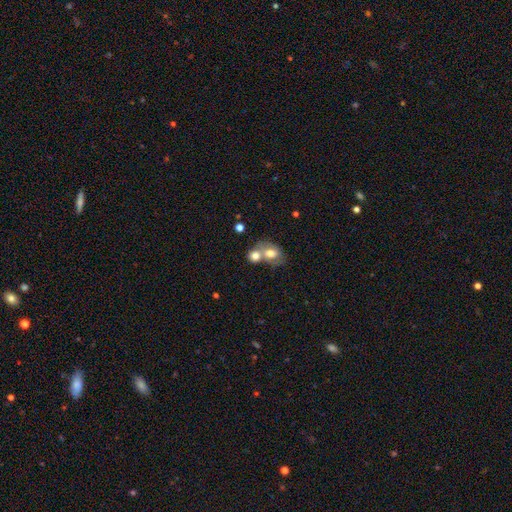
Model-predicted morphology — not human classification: Smooth or featured: smooth — 70% (featured or disk — 21%)
How rounded: round — 52% (in between — 47%)
Merging: merger — 63% (none — 25%)